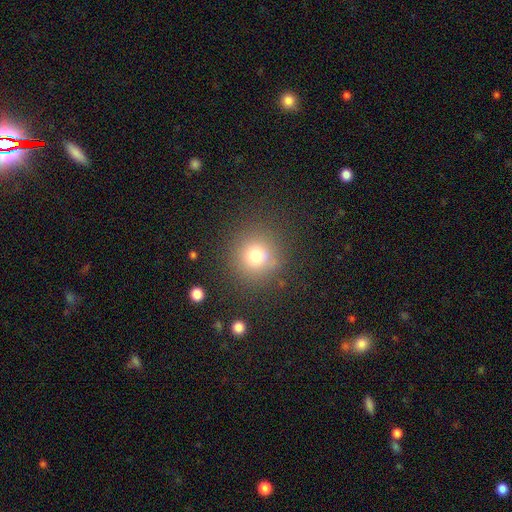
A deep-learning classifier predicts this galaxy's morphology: smooth-or-featured: smooth: 74% | star or artifact: 16% | featured or disk: 9%
  how-rounded: round: 93% | in between: 6% | cigar-shaped: 1%
  merging: none: 85% | minor disturbance: 9% | major disturbance: 4% | merger: 2%